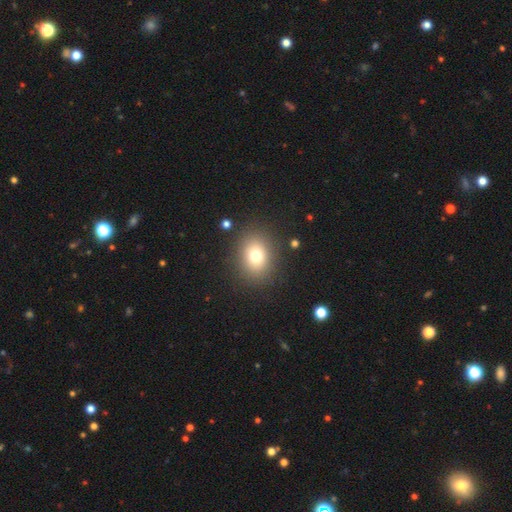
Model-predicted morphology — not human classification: Smooth or featured? smooth (75%)
How rounded? round (54%)
Merging? none (86%)